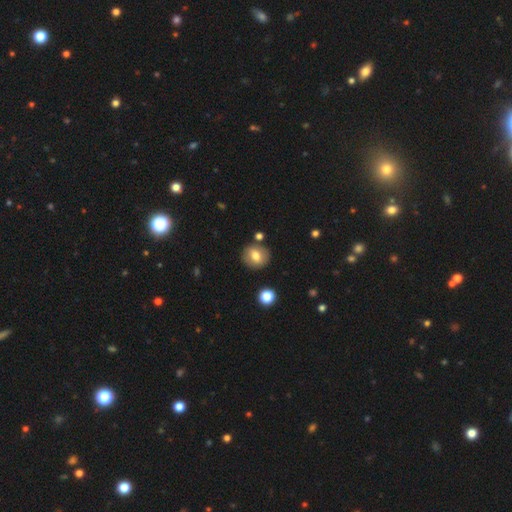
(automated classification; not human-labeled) smooth 74%, featured or disk 16%, star or artifact 9%. Down the decision tree: how rounded — round (81%); merging — none (83%).